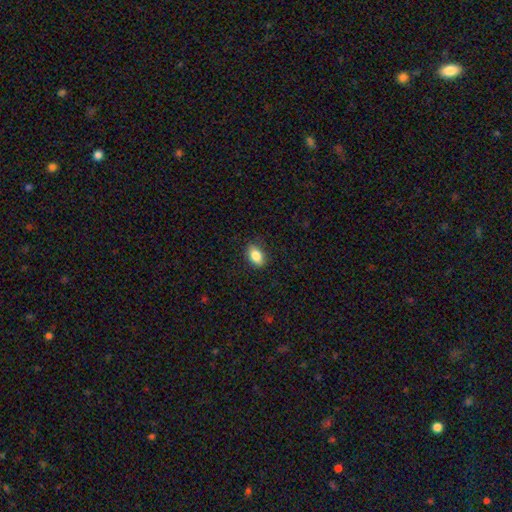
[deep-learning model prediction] A smooth galaxy with no disk features (85%) that is in between round and cigar-shaped (86%).

Vote fractions:
- Smooth or featured? smooth: 85% / star or artifact: 8% / featured or disk: 7%
- How rounded? in between: 86% / round: 12% / cigar-shaped: 2%
- Merging? none: 85% / minor disturbance: 12% / major disturbance: 3% / merger: 1%